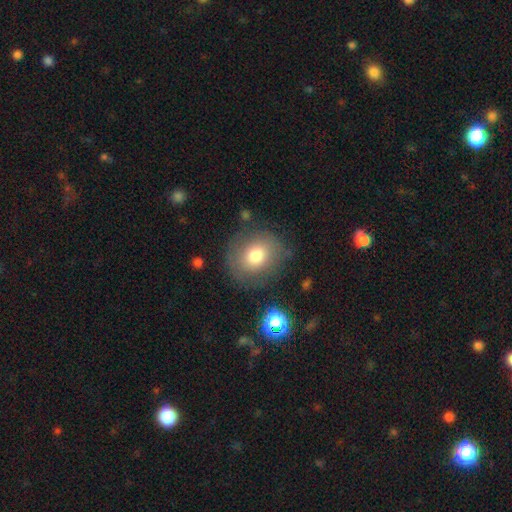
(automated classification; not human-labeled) Smooth or featured: smooth — 73% (featured or disk — 17%)
How rounded: round — 72% (in between — 27%)
Merging: none — 75% (minor disturbance — 15%)